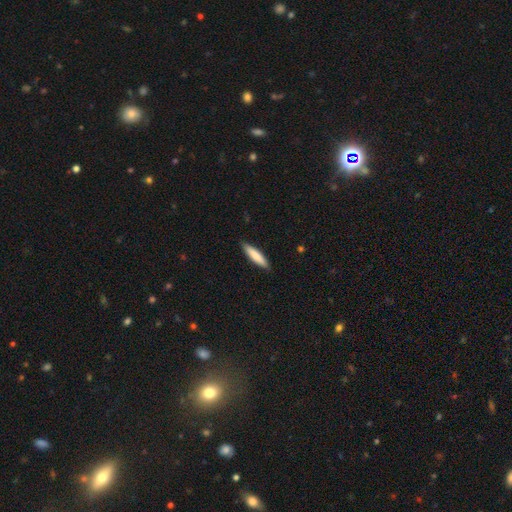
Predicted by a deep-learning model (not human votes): The model was most divided on "how rounded": cigar-shaped: 79%, in between: 20%, round: 1%. More confident: merging — none (88%); smooth or featured — smooth (81%).